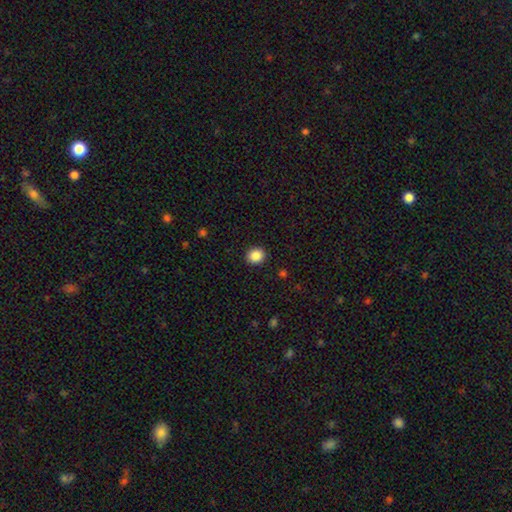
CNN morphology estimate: smooth 86%, star or artifact 10%, featured or disk 4%. Down the decision tree: how rounded — round (82%); merging — none (91%).